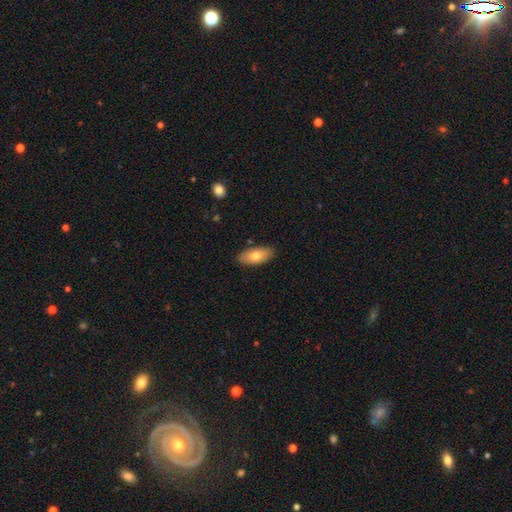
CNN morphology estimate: A smooth galaxy with no disk features (73%) that is in between round and cigar-shaped (90%). Merging: none (86%).